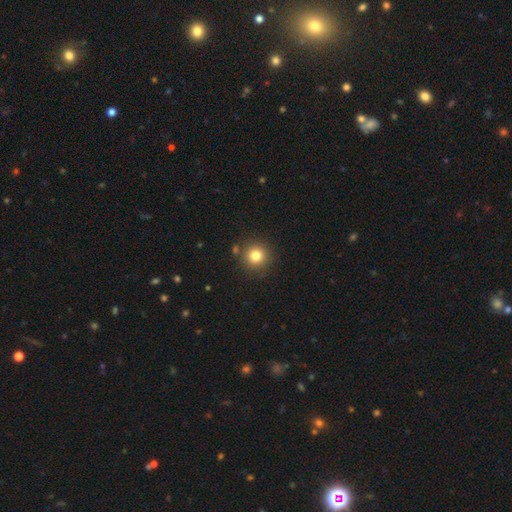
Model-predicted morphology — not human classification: smooth 80%, star or artifact 12%, featured or disk 7%. Down the decision tree: how rounded — round (94%); merging — none (86%).